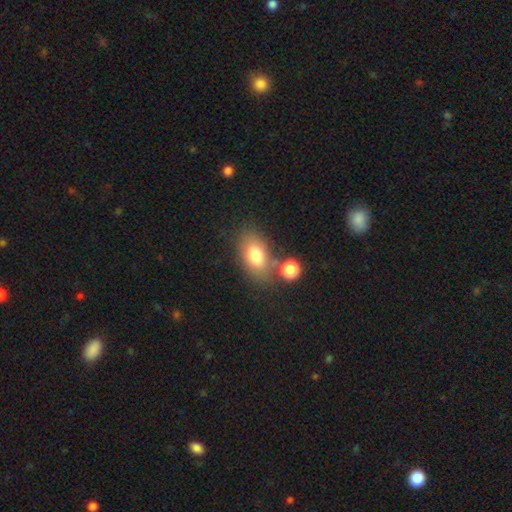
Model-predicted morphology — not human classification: Smooth or featured: smooth — 78% (featured or disk — 14%)
How rounded: in between — 88% (round — 10%)
Merging: none — 59% (merger — 20%)